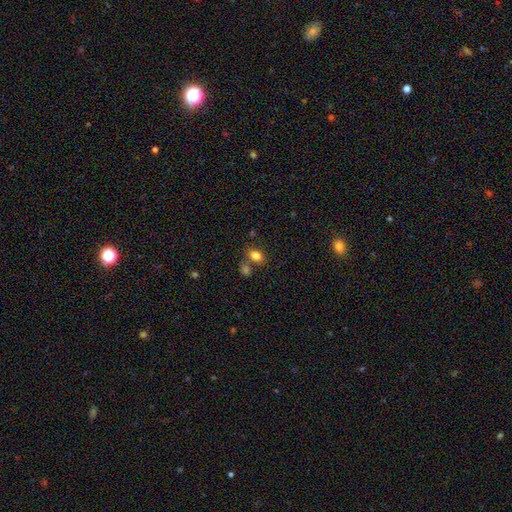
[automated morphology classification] Smooth or featured? Predicted: smooth (p=0.82). How rounded? Predicted: in between (p=0.68). Merging? Predicted: none (p=0.67).